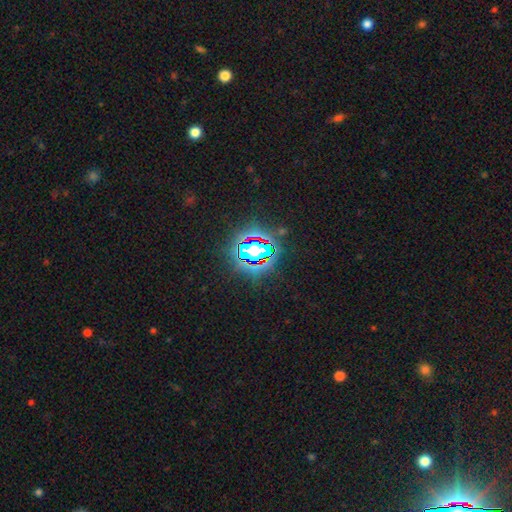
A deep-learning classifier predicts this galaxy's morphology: A star or artifact, not a galaxy (80%).